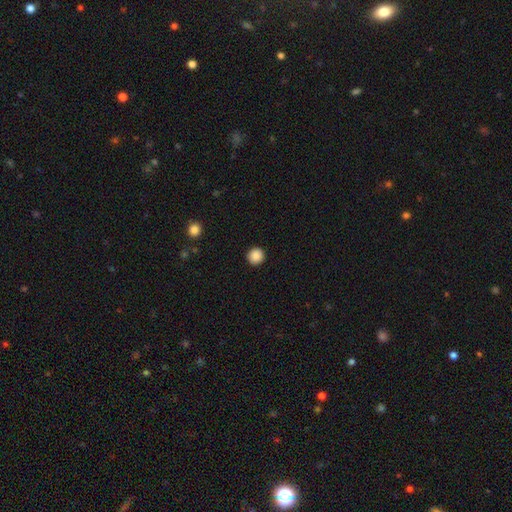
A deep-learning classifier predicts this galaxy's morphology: type=smooth (88%); roundness=round (95%); merging=none (93%).